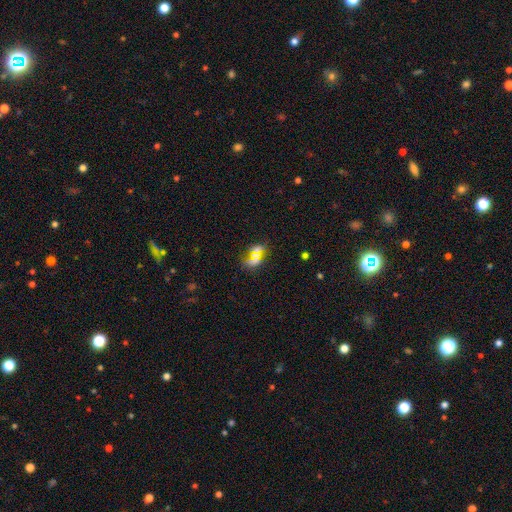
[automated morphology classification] type=smooth (50%); merging=none (71%).